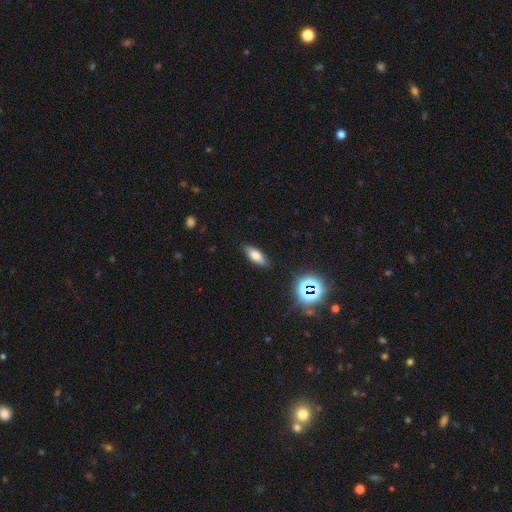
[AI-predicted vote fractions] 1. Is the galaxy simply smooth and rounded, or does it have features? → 70% smooth, 17% featured or disk, 13% star or artifact.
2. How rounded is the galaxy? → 70% in between, 26% cigar-shaped, 4% round.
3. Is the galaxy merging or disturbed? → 87% none, 10% minor disturbance, 2% major disturbance, 1% merger.